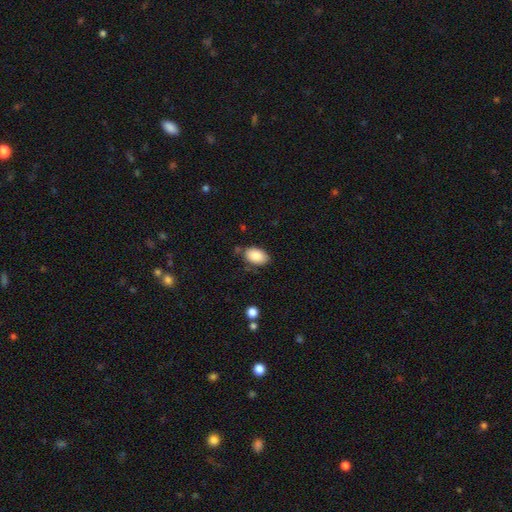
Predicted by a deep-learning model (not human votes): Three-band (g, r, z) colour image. It shows a smooth galaxy with no disk features (88%) that is in between round and cigar-shaped (93%). Merging: none (77%).